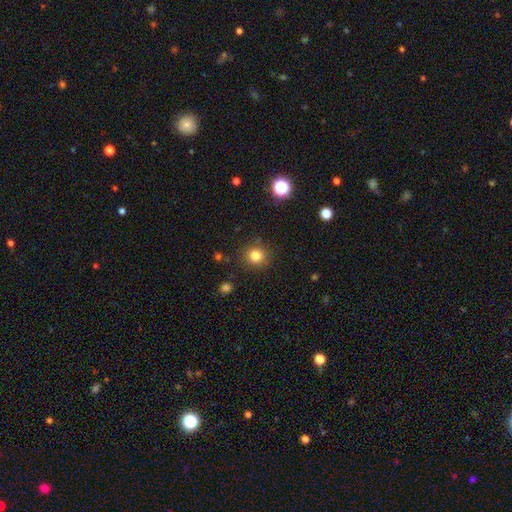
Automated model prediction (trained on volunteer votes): smooth 81%, star or artifact 13%, featured or disk 6%. Down the decision tree: how rounded — round (92%); merging — none (88%).